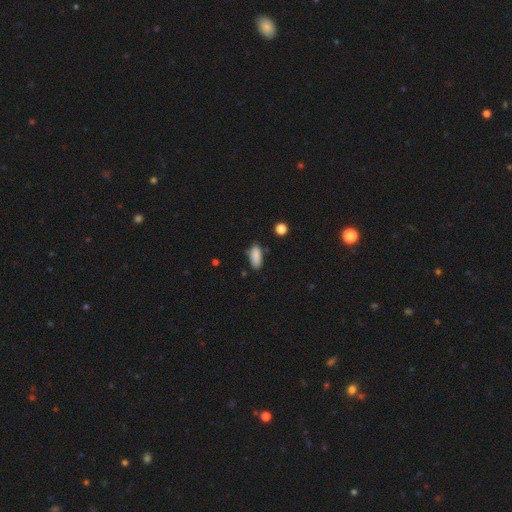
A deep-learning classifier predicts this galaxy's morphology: Smooth or featured? smooth (87%)
How rounded? in between (77%)
Merging? none (73%)